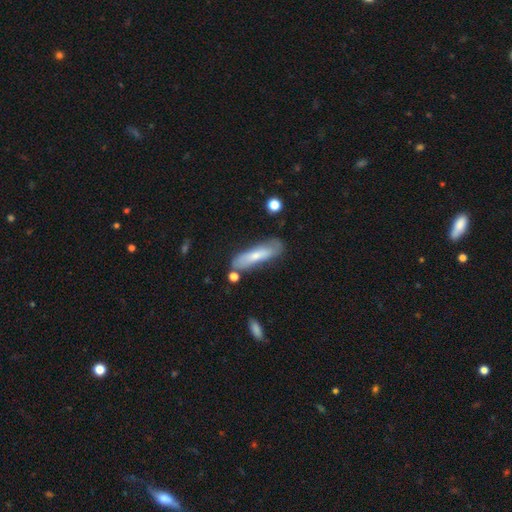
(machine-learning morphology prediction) Q: Smooth or featured?
A: smooth (61%); runner-up: featured or disk (32%)
Q: How rounded?
A: cigar-shaped (70%); runner-up: in between (28%)
Q: Merging?
A: none (67%); runner-up: minor disturbance (21%)